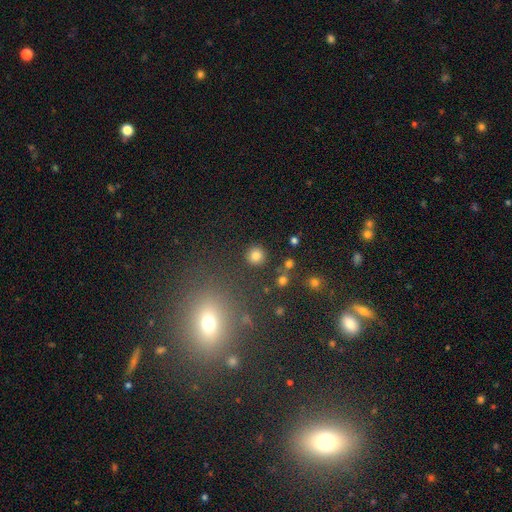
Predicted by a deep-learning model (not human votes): smooth-or-featured: smooth: 82% | star or artifact: 13% | featured or disk: 5%
  how-rounded: round: 94% | in between: 5% | cigar-shaped: 1%
  merging: none: 89% | minor disturbance: 6% | merger: 3% | major disturbance: 2%